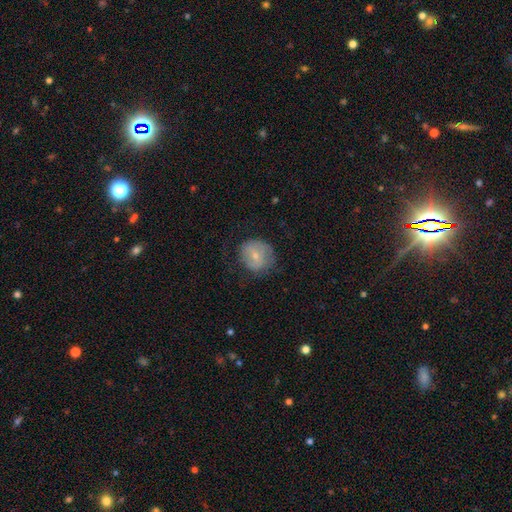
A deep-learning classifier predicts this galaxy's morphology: smooth 62%, featured or disk 30%, star or artifact 9%. Down the decision tree: how rounded — round (80%); merging — none (62%).